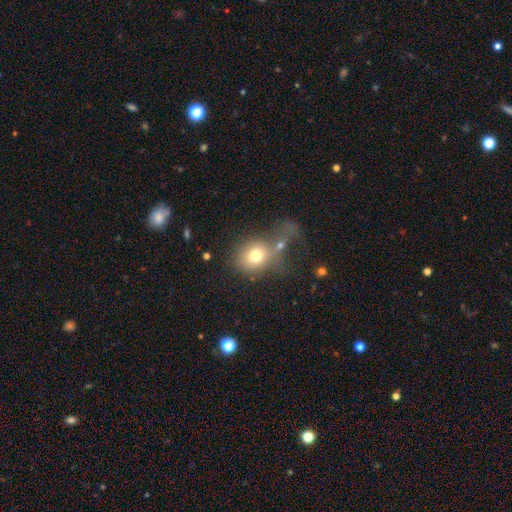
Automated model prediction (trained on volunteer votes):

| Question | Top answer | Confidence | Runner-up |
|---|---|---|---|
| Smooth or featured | smooth | 73% | featured or disk (16%) |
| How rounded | round | 63% | in between (35%) |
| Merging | merger | 33% | major disturbance (29%) |